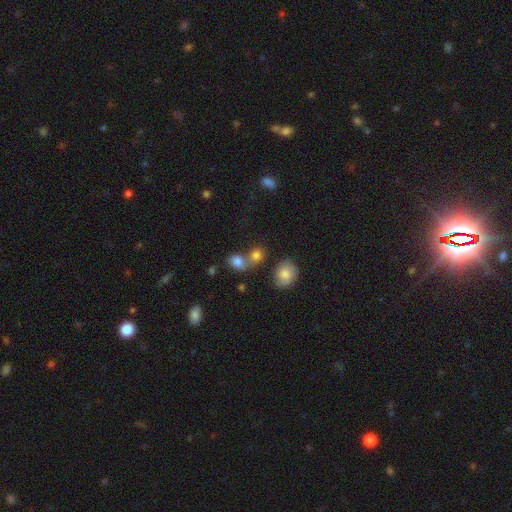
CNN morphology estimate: A smooth galaxy with no disk features (79%) that is round (57%). Merging: merger (47%).